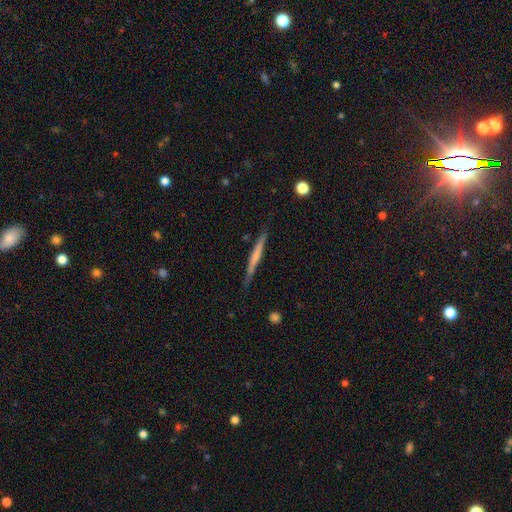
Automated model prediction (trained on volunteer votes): Q: Smooth or featured?
A: featured or disk (51%); runner-up: smooth (43%)
Q: Edge-on disk?
A: yes (97%); runner-up: no (3%)
Q: Merging?
A: none (85%); runner-up: minor disturbance (12%)